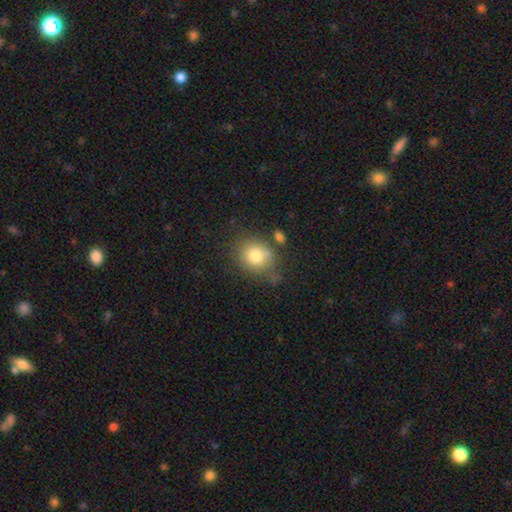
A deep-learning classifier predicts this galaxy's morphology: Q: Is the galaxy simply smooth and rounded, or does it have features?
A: smooth — 79%.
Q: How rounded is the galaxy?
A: round — 68%.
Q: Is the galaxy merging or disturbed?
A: none — 62%.